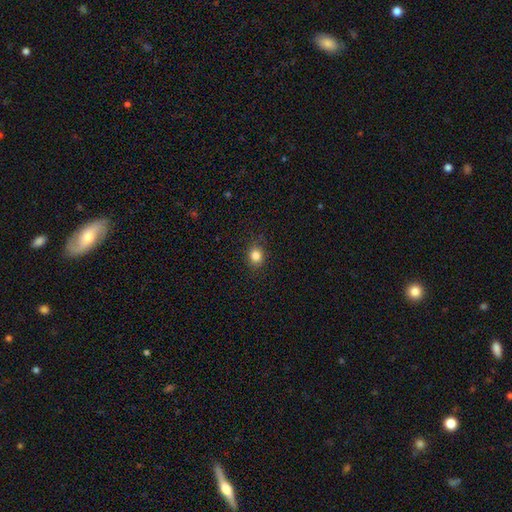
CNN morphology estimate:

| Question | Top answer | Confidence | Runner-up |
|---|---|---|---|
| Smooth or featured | smooth | 83% | star or artifact (11%) |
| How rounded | round | 68% | in between (31%) |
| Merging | none | 87% | minor disturbance (10%) |